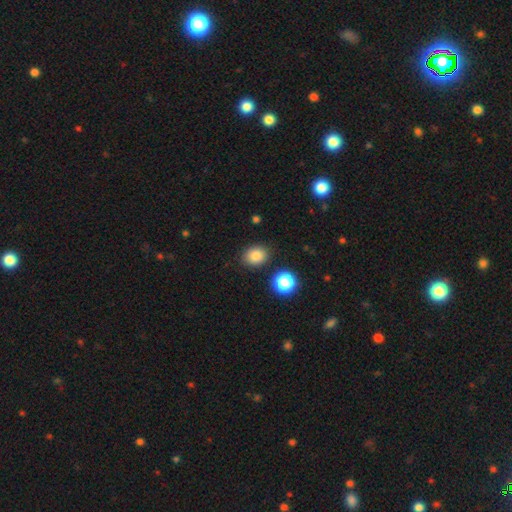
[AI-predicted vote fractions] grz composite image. It shows a smooth galaxy with no disk features (84%) that is round (50%). Merging: none (83%).